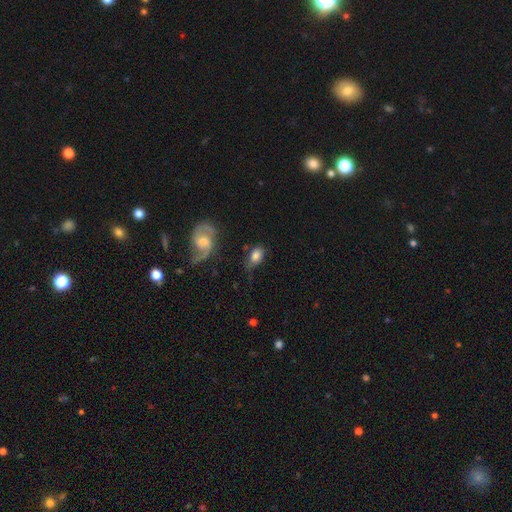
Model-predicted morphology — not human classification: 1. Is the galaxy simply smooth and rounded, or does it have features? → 70% smooth, 22% featured or disk, 8% star or artifact.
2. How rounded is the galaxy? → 81% in between, 17% round, 2% cigar-shaped.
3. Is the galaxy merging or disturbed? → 53% none, 28% minor disturbance, 12% major disturbance, 7% merger.